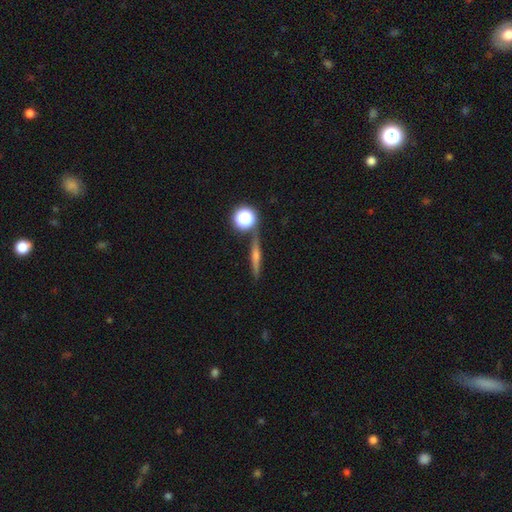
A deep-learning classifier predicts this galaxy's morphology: smooth-or-featured: featured or disk: 62% | smooth: 24% | star or artifact: 14%
  disk-edge-on: yes: 95% | no: 5%
    edge-on-bulge: rounded: 80% | none: 12% | boxy: 8%
  merging: none: 84% | minor disturbance: 8% | merger: 6% | major disturbance: 3%